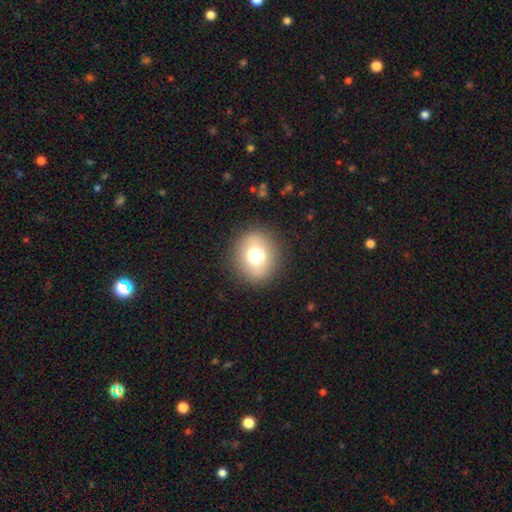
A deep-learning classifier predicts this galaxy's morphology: smooth_or_featured: smooth (p=0.72) [alt: featured or disk p=0.15]
how_rounded: round (p=0.82) [alt: in between p=0.17]
merging: none (p=0.89) [alt: minor disturbance p=0.07]